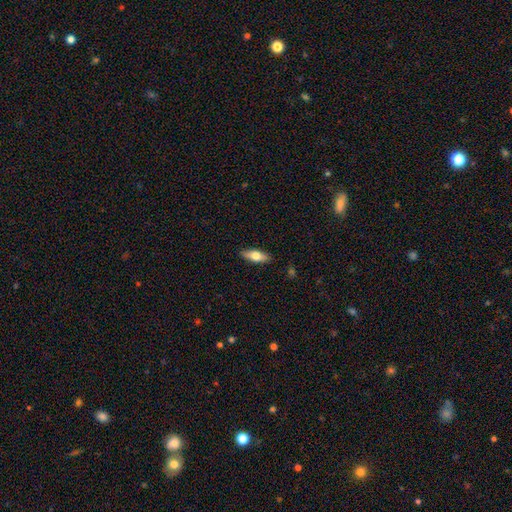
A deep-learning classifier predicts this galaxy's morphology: Smooth or featured? smooth (65%)
How rounded? in between (64%)
Merging? none (89%)